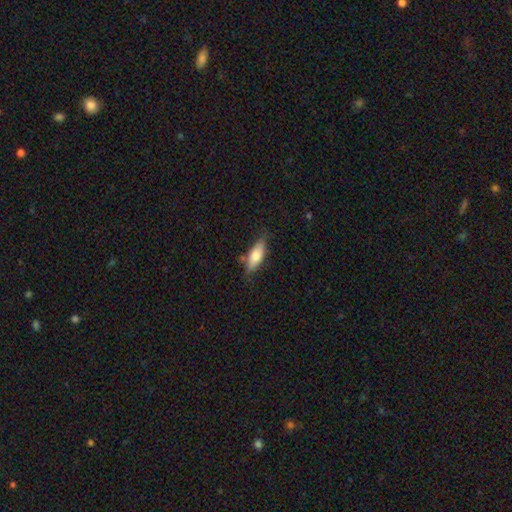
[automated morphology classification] Smooth or featured? Predicted: smooth (p=0.70). How rounded? Predicted: in between (p=0.68). Merging? Predicted: none (p=0.72).